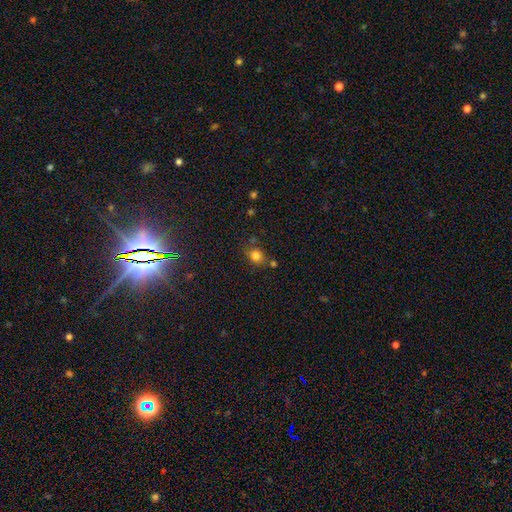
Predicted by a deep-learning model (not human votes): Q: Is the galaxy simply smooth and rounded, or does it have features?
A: smooth — 79%.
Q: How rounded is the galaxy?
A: round — 67%.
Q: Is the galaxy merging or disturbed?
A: none — 69%.